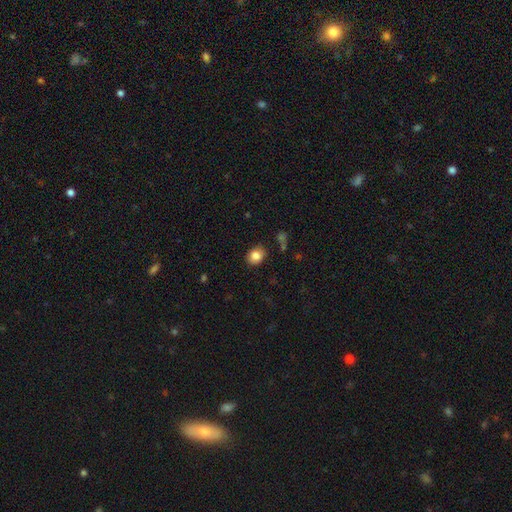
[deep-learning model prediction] This appears to be a smooth galaxy with no disk features (85%) that is round (61%). Merging: none (85%).